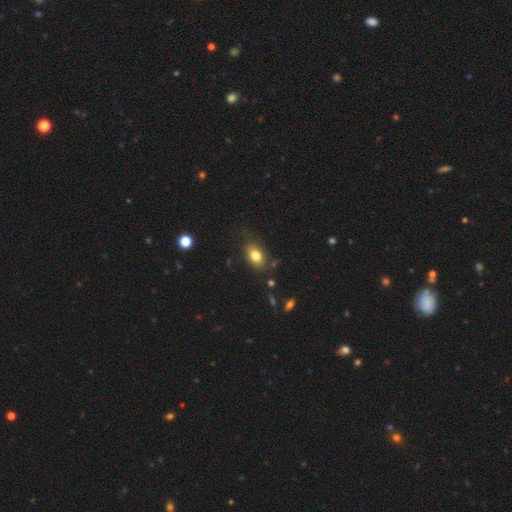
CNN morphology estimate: A smooth galaxy with no disk features (80%) that is in between round and cigar-shaped (84%).

Vote fractions:
- Smooth or featured? smooth: 80% / featured or disk: 11% / star or artifact: 9%
- How rounded? in between: 84% / round: 14% / cigar-shaped: 2%
- Merging? none: 77% / minor disturbance: 16% / major disturbance: 5% / merger: 3%